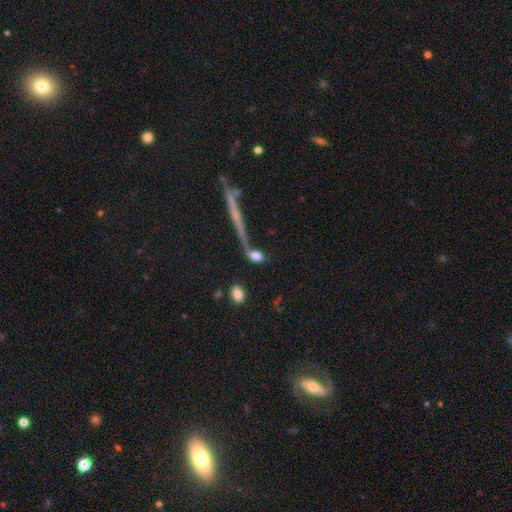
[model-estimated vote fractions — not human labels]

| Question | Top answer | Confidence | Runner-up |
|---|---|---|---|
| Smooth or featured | smooth | 73% | featured or disk (16%) |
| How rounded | in between | 68% | round (19%) |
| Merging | none | 51% | merger (22%) |